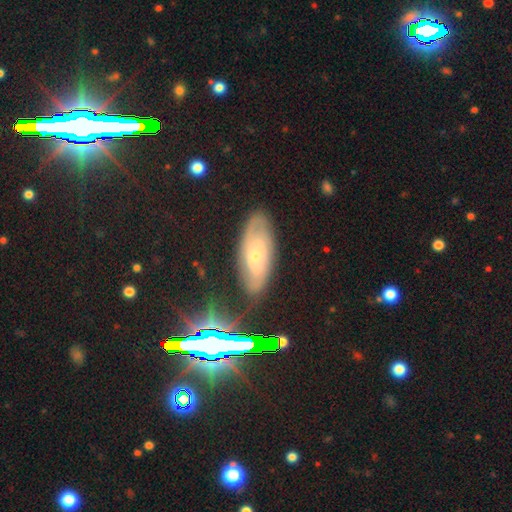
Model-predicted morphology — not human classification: This appears to be a featured or disk galaxy (56%). Merging: none (78%).